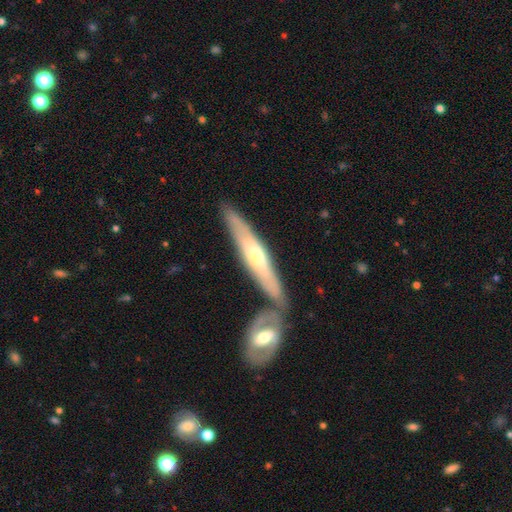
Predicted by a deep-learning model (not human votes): The model was most divided on "smooth or featured": featured or disk: 60%, smooth: 35%, star or artifact: 5%. More confident: edge-on disk — yes (79%); merging — none (64%).